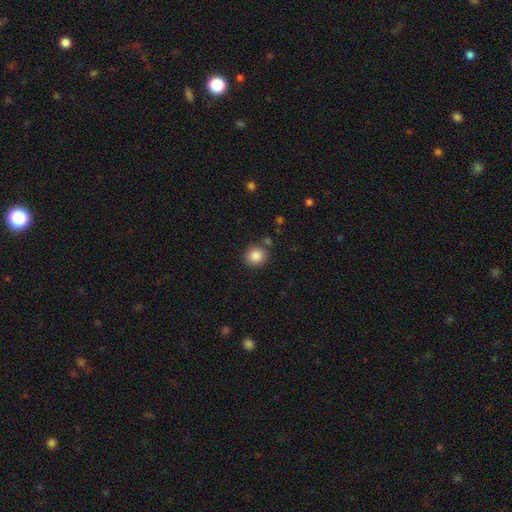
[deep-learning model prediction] A smooth galaxy with no disk features (87%) that is round (82%).

Vote fractions:
- Smooth or featured? smooth: 87% / star or artifact: 9% / featured or disk: 4%
- How rounded? round: 82% / in between: 17% / cigar-shaped: 1%
- Merging? none: 82% / minor disturbance: 10% / merger: 5% / major disturbance: 3%